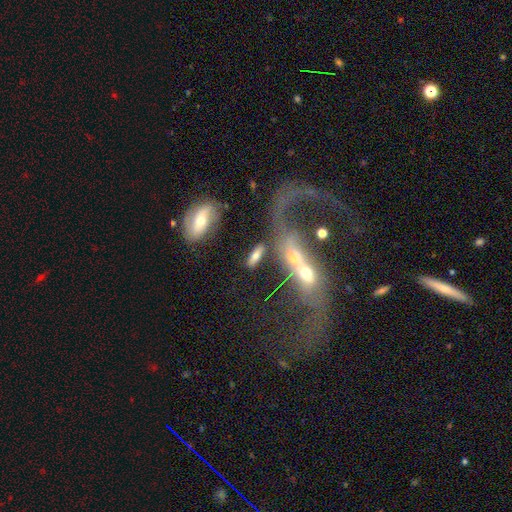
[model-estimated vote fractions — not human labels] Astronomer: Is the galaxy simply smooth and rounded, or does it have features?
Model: smooth — 62%.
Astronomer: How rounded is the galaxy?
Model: in between — 64%.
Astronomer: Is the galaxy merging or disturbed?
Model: none — 60%.